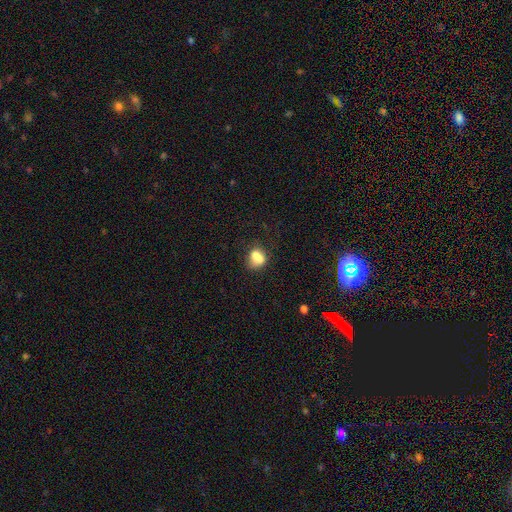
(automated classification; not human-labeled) Smooth or featured? smooth (72%)
How rounded? in between (51%)
Merging? none (41%)